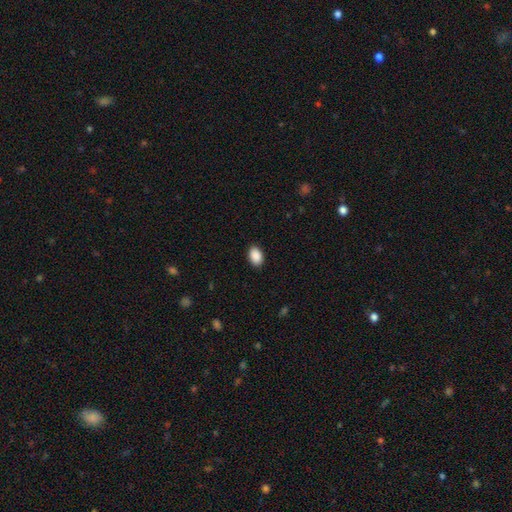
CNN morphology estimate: Q: Smooth or featured?
A: smooth (91%); runner-up: star or artifact (7%)
Q: How rounded?
A: in between (88%); runner-up: round (11%)
Q: Merging?
A: none (89%); runner-up: minor disturbance (8%)